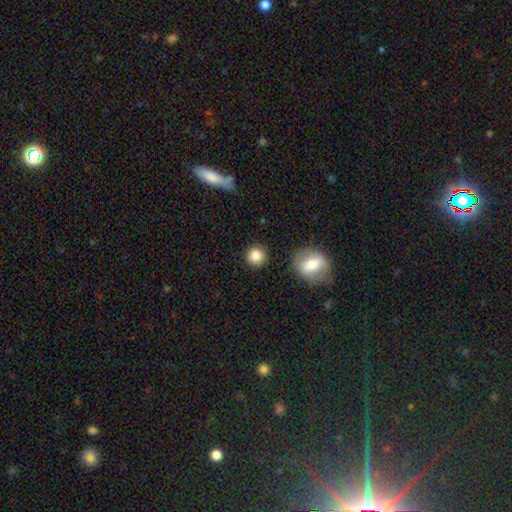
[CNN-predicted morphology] This appears to be a smooth galaxy with no disk features (85%) that is round (91%). Merging: none (85%).